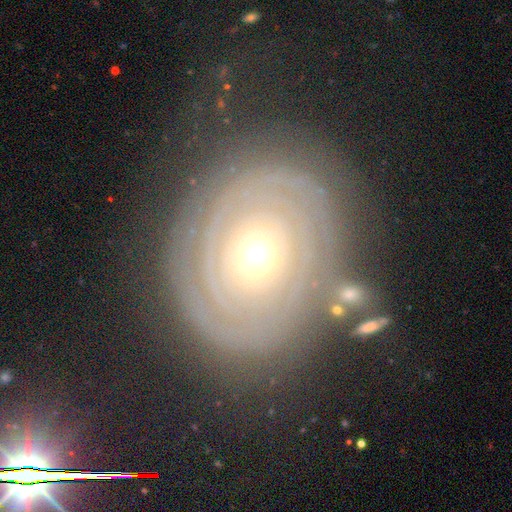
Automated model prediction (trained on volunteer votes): Smooth or featured: featured or disk — 84% (smooth — 9%)
Edge-on disk: no — 97% (yes — 3%)
Bar: no — 83% (weak — 12%)
Spiral arms: yes — 90% (no — 10%)
Spiral winding: tight — 87% (medium — 10%)
Spiral arm count: 2 — 39% (can't tell — 30%)
Bulge size: moderate — 53% (small — 42%)
Merging: none — 76% (minor disturbance — 14%)